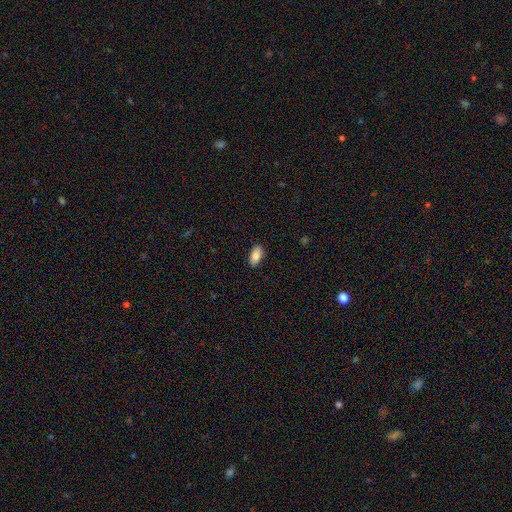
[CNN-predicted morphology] This appears to be a smooth galaxy with no disk features (84%) that is in between round and cigar-shaped (92%). Merging: none (87%).